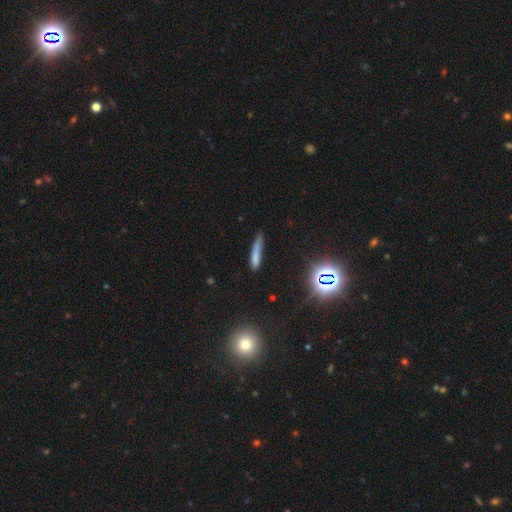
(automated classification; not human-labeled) Overall: smooth (72%). How rounded: cigar-shaped (88%). Merging: none (56%; minor disturbance 31%).